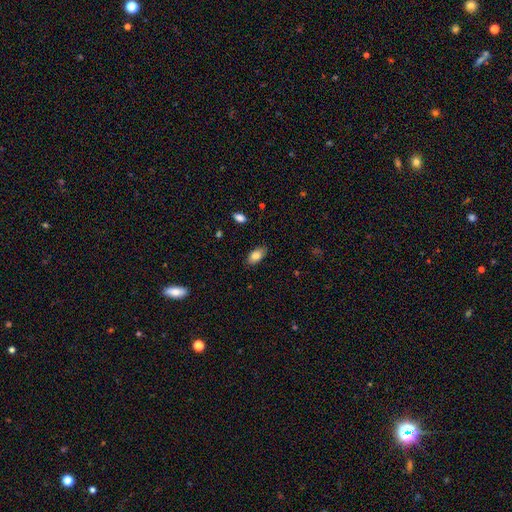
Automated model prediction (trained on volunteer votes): smooth_or_featured: smooth (p=0.83) [alt: featured or disk p=0.09]
how_rounded: in between (p=0.92) [alt: cigar-shaped p=0.04]
merging: none (p=0.85) [alt: minor disturbance p=0.12]